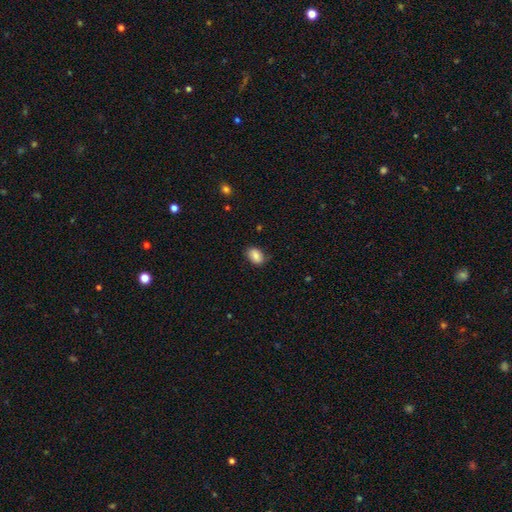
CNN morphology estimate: Smooth or featured: smooth — 83% (featured or disk — 9%)
How rounded: in between — 82% (round — 16%)
Merging: none — 77% (minor disturbance — 19%)